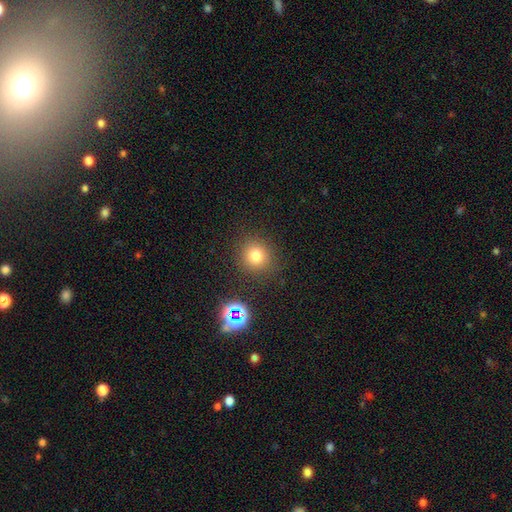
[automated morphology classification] A smooth galaxy with no disk features (76%) that is round (90%). Merging: none (85%).